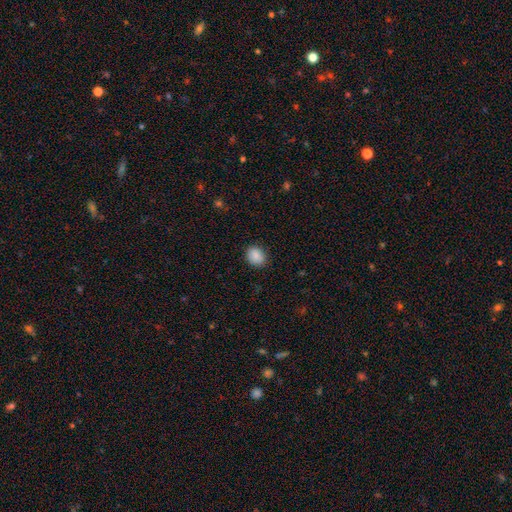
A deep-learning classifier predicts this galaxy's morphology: Smooth or featured: smooth — 89% (star or artifact — 8%)
How rounded: round — 51% (in between — 48%)
Merging: none — 87% (minor disturbance — 10%)